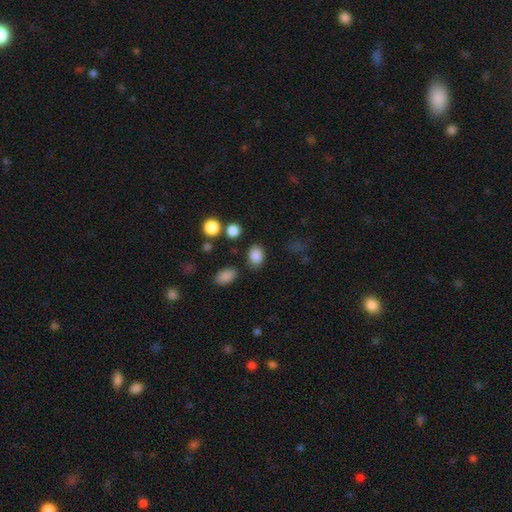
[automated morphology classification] Smooth or featured? Predicted: smooth (p=0.85). How rounded? Predicted: in between (p=0.71). Merging? Predicted: none (p=0.78).